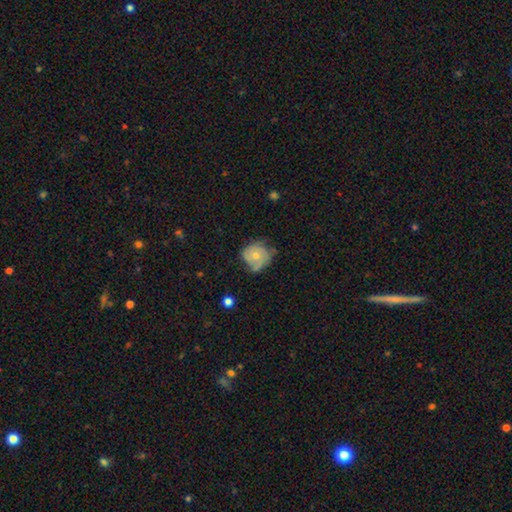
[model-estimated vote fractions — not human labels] smooth_or_featured: featured or disk (p=0.56) [alt: smooth p=0.37]
disk_edge_on: no (p=0.97) [alt: yes p=0.03]
bar: no (p=0.83) [alt: weak p=0.14]
has_spiral_arms: yes (p=0.77) [alt: no p=0.23]
bulge_size: moderate (p=0.48) [tied with: small p=0.48]
merging: none (p=0.52) [alt: minor disturbance p=0.33]